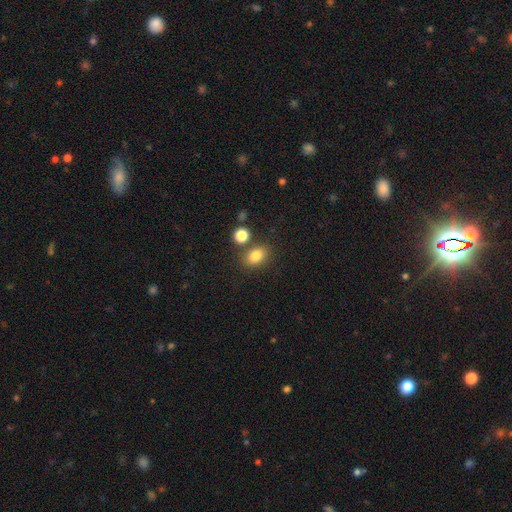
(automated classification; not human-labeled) Smooth or featured? smooth (82%)
How rounded? in between (70%)
Merging? none (74%)